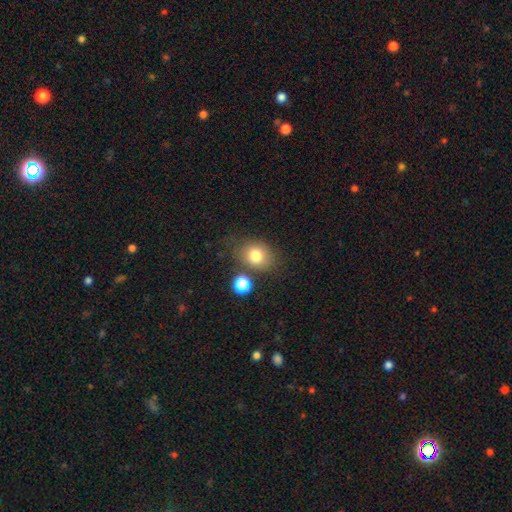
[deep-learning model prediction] Smooth or featured? Predicted: smooth (p=0.78). How rounded? Predicted: round (p=0.55). Merging? Predicted: none (p=0.69).